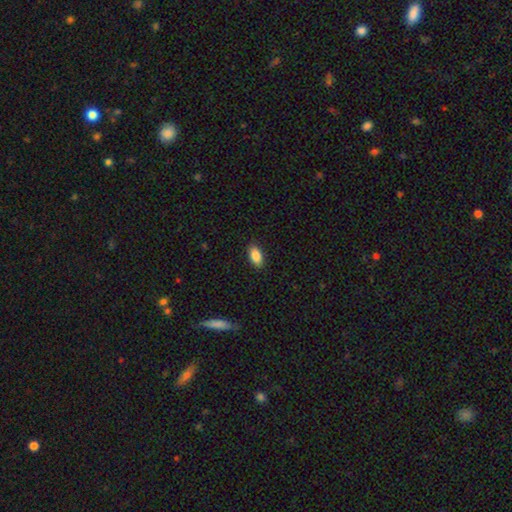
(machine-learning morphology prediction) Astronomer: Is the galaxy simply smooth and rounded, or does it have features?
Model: smooth — 87%.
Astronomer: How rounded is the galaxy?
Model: in between — 91%.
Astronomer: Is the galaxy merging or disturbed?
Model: none — 88%.